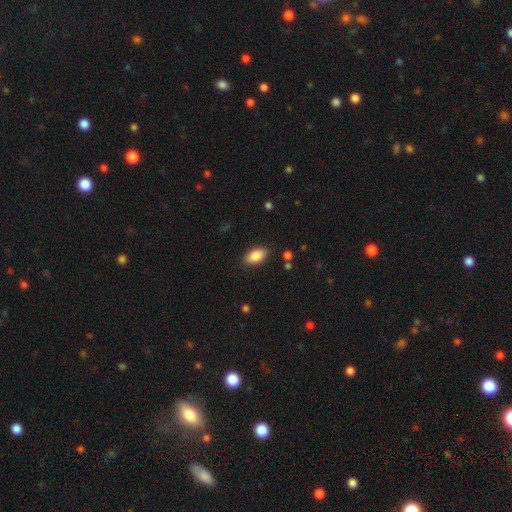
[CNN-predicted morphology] Smooth or featured?
  - smooth: 86% *
  - star or artifact: 7%
  - featured or disk: 7%
How rounded?
  - in between: 92% *
  - round: 5%
  - cigar-shaped: 3%
Merging?
  - none: 86% *
  - minor disturbance: 10%
  - major disturbance: 2%
  - merger: 1%